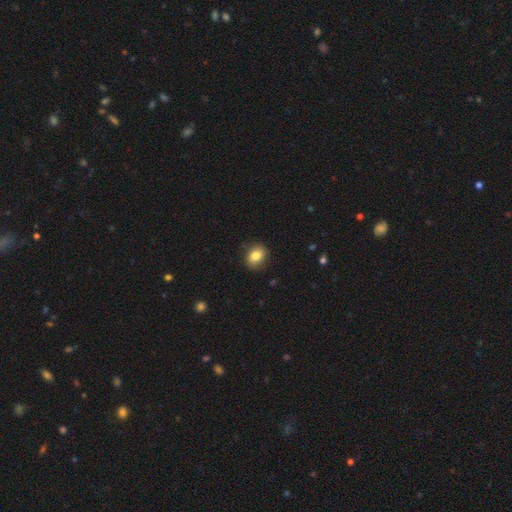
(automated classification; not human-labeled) smooth 81%, featured or disk 10%, star or artifact 9%. Down the decision tree: how rounded — round (53%); merging — none (83%).